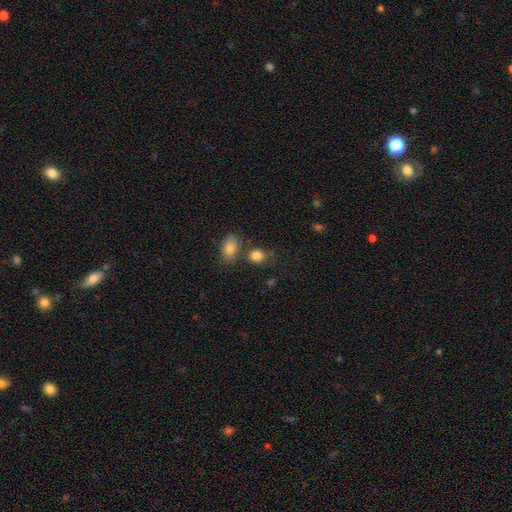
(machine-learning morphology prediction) type=smooth (85%); roundness=round (58%); merging=none (65%).